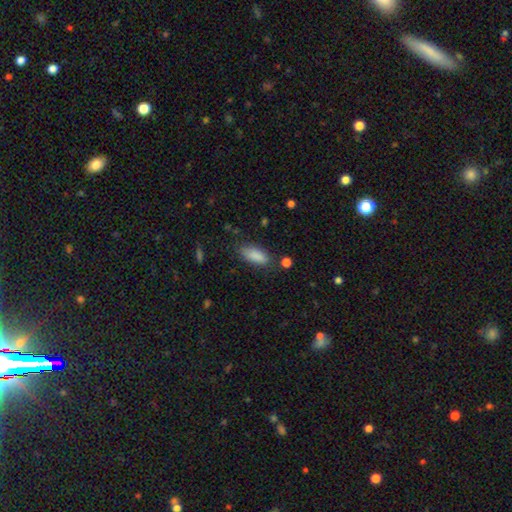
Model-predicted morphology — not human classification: Smooth or featured? Predicted: smooth (p=0.87). How rounded? Predicted: in between (p=0.83). Merging? Predicted: none (p=0.76).